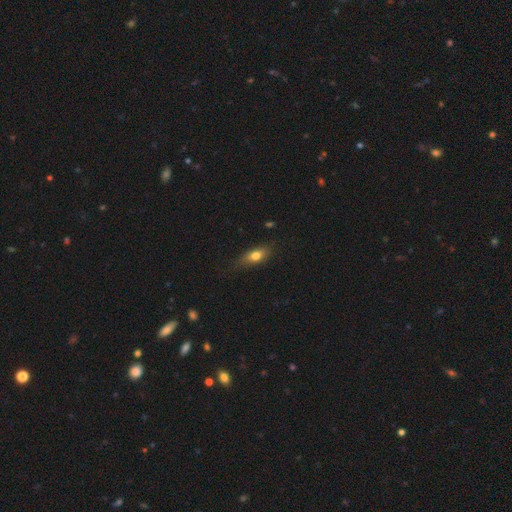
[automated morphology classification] Smooth or featured?
  - smooth: 73% *
  - featured or disk: 18%
  - star or artifact: 8%
How rounded?
  - in between: 72% *
  - cigar-shaped: 21%
  - round: 7%
Merging?
  - none: 73% *
  - minor disturbance: 21%
  - major disturbance: 5%
  - merger: 2%